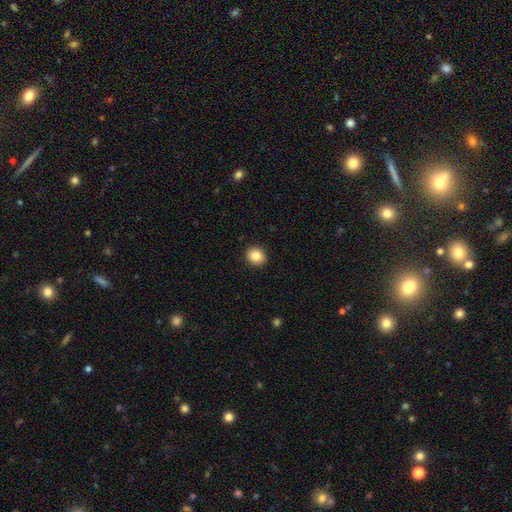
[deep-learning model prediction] Smooth or featured?
  - smooth: 86% *
  - star or artifact: 9%
  - featured or disk: 5%
How rounded?
  - round: 71% *
  - in between: 29%
  - cigar-shaped: 1%
Merging?
  - none: 92% *
  - minor disturbance: 6%
  - major disturbance: 2%
  - merger: 1%